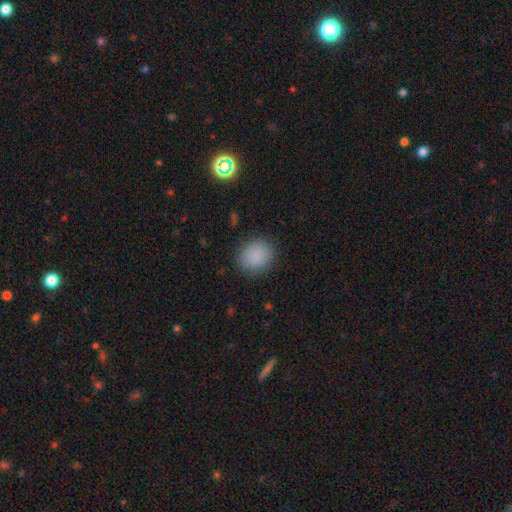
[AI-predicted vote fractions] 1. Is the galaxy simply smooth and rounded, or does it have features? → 87% smooth, 9% star or artifact, 4% featured or disk.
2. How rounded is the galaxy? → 71% round, 28% in between, 1% cigar-shaped.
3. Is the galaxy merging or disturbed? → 85% none, 11% minor disturbance, 3% major disturbance, 1% merger.